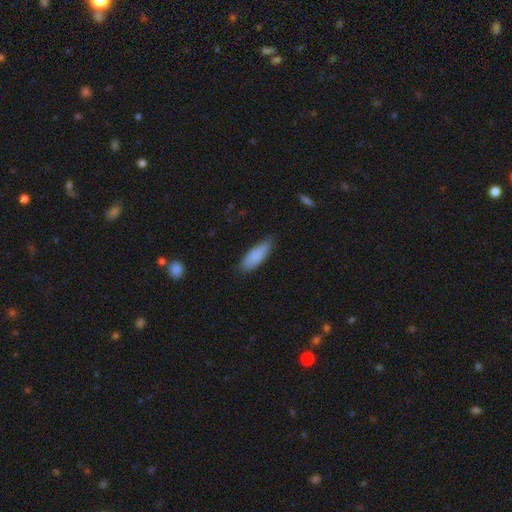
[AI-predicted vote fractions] Smooth or featured?
  - smooth: 87% *
  - featured or disk: 7%
  - star or artifact: 6%
How rounded?
  - in between: 59% *
  - cigar-shaped: 39%
  - round: 2%
Merging?
  - none: 75% *
  - minor disturbance: 20%
  - major disturbance: 3%
  - merger: 1%